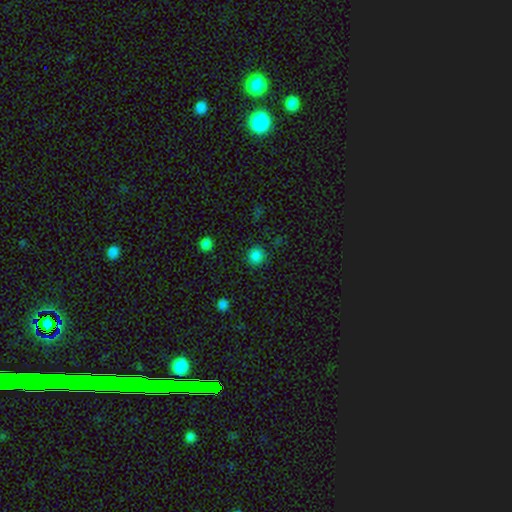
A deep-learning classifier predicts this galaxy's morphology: This is clearly a smooth galaxy (84%). How rounded: clearly round (92%). Merging: clearly none (90%).